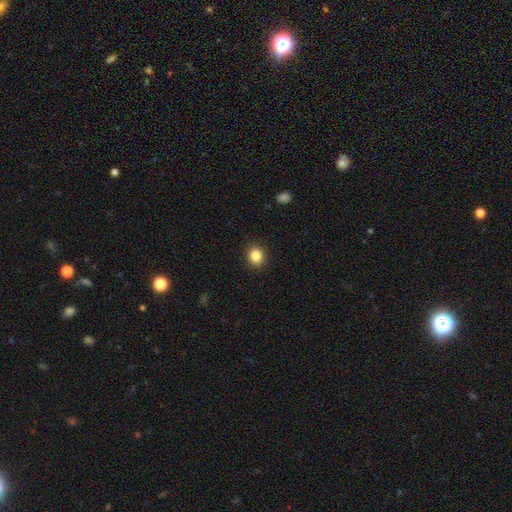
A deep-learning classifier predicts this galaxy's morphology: A smooth galaxy with no disk features (86%) that is round (67%).

Vote fractions:
- Smooth or featured? smooth: 86% / star or artifact: 10% / featured or disk: 4%
- How rounded? round: 67% / in between: 32% / cigar-shaped: 1%
- Merging? none: 90% / minor disturbance: 7% / major disturbance: 2% / merger: 1%